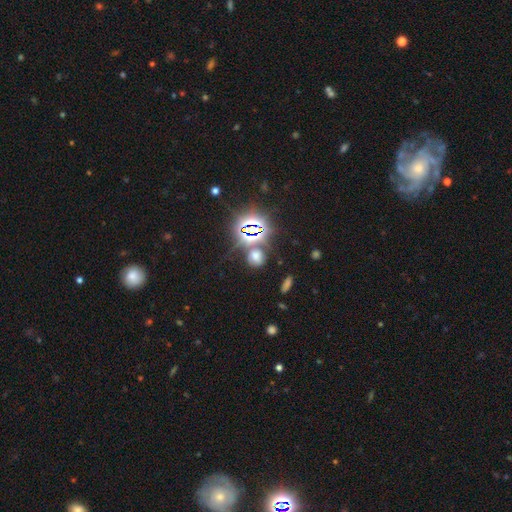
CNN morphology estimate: A star or artifact, not a galaxy (48%).